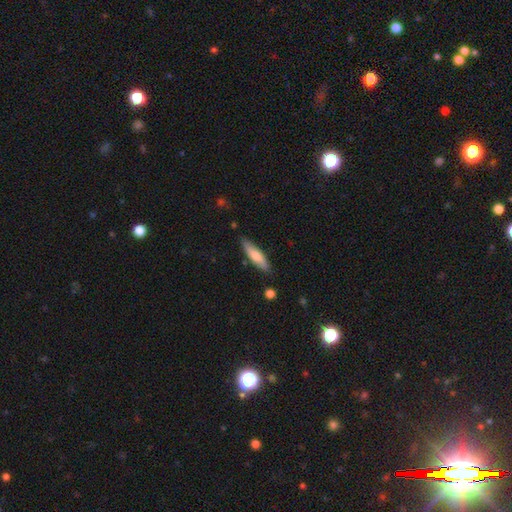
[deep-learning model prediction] This appears to be a smooth galaxy with no disk features (69%) that is cigar-shaped (74%). Merging: none (85%).